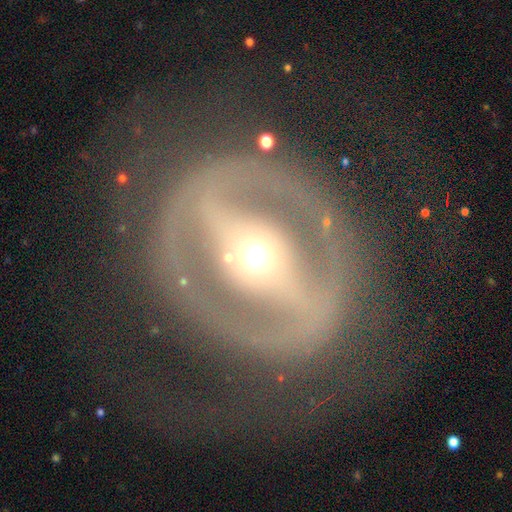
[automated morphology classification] Q: Smooth or featured?
A: featured or disk (81%); runner-up: smooth (12%)
Q: Edge-on disk?
A: no (92%); runner-up: yes (8%)
Q: Bar?
A: strong (69%); runner-up: weak (17%)
Q: Spiral arms?
A: no (55%); runner-up: yes (45%)
Q: Bulge size?
A: moderate (64%); runner-up: small (27%)
Q: Merging?
A: none (73%); runner-up: major disturbance (13%)